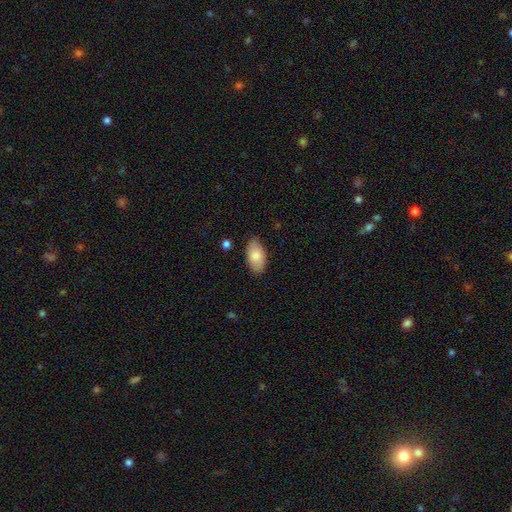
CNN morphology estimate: type=smooth (83%); roundness=in between (95%); merging=none (84%).